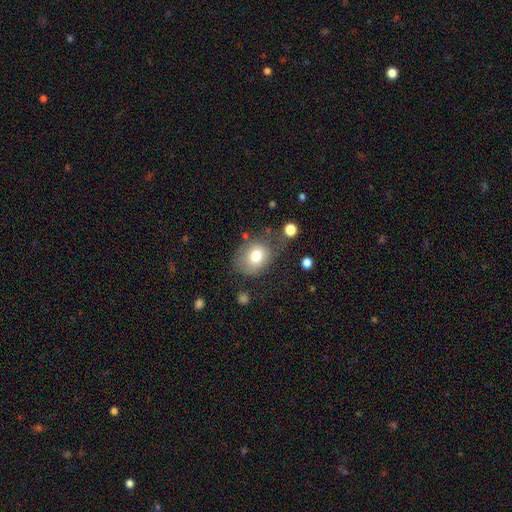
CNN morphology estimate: Q: Smooth or featured?
A: smooth (75%); runner-up: featured or disk (15%)
Q: How rounded?
A: round (54%); runner-up: in between (45%)
Q: Merging?
A: none (53%); runner-up: minor disturbance (27%)